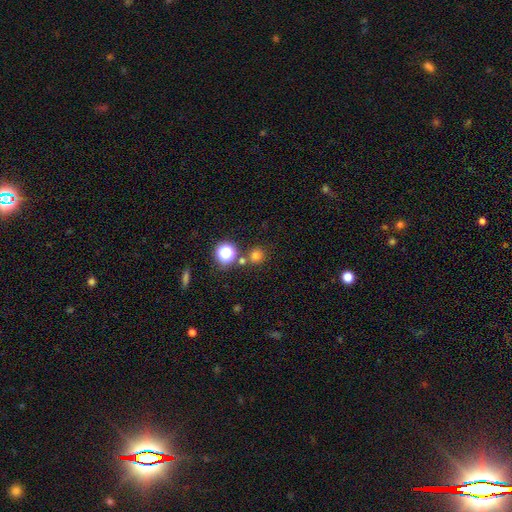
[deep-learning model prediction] smooth_or_featured: smooth (p=0.71) [alt: star or artifact p=0.23]
how_rounded: round (p=0.89) [alt: in between p=0.10]
merging: none (p=0.76) [alt: merger p=0.13]